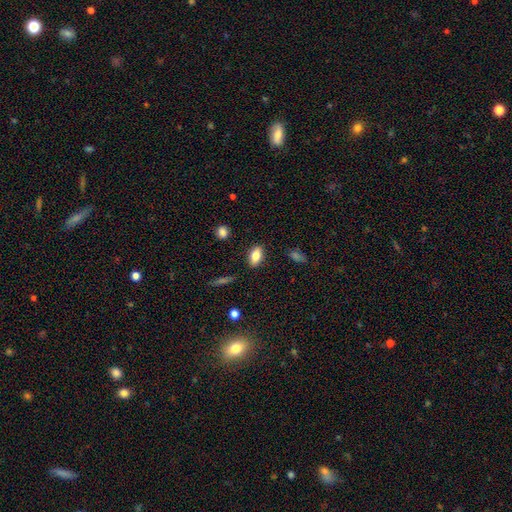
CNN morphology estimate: This appears to be a smooth galaxy with no disk features (77%) that is in between round and cigar-shaped (88%). Merging: none (87%).